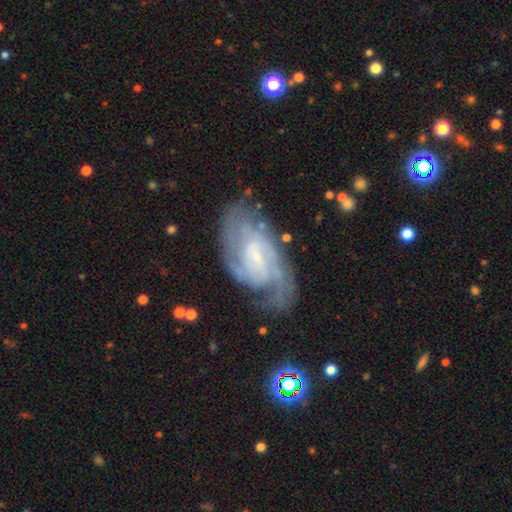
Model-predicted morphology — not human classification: This appears to be a featured or disk galaxy (87%) with a weak bar (50%), 2 (47%) tight (48%) spiral arms (96%) and a small central bulge (74%). Merging: none (69%).